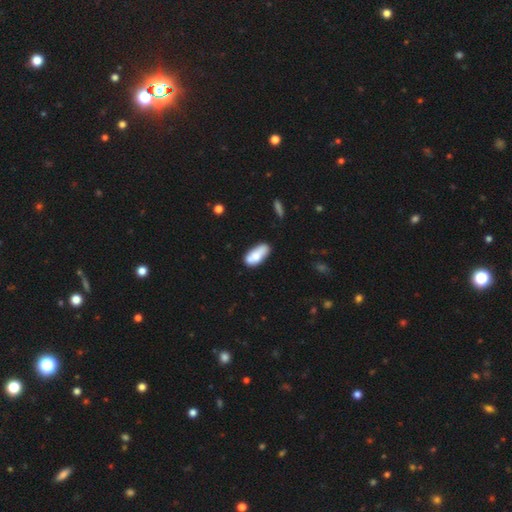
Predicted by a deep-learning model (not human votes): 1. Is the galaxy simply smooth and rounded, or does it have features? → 74% smooth, 19% featured or disk, 7% star or artifact.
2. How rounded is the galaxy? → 83% in between, 15% cigar-shaped, 2% round.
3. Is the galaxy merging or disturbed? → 59% none, 23% minor disturbance, 12% merger, 6% major disturbance.